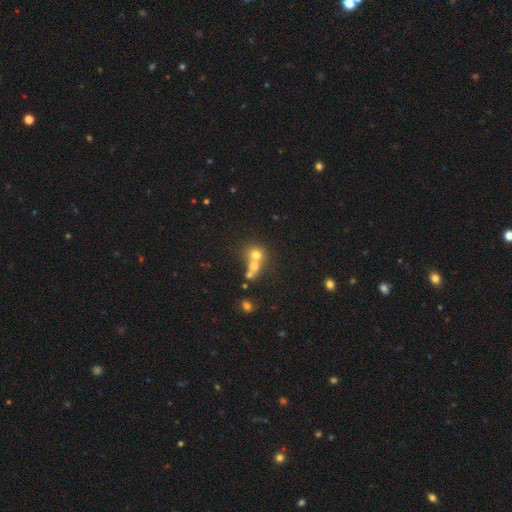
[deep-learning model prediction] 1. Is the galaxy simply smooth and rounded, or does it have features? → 65% smooth, 20% featured or disk, 16% star or artifact.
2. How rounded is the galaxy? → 79% round, 20% in between, 1% cigar-shaped.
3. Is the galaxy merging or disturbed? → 59% merger, 31% none, 6% minor disturbance, 4% major disturbance.